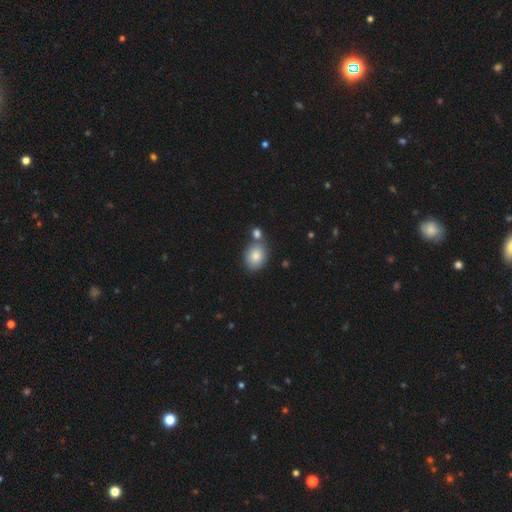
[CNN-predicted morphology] The model was most divided on "how rounded": in between: 55%, round: 44%, cigar-shaped: 1%. More confident: smooth or featured — smooth (83%); merging — none (59%).